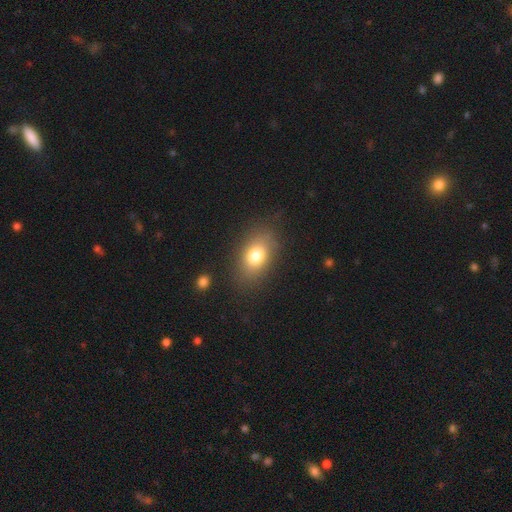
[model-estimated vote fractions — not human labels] A smooth galaxy with no disk features (76%) that is in between round and cigar-shaped (79%). Merging: none (80%).